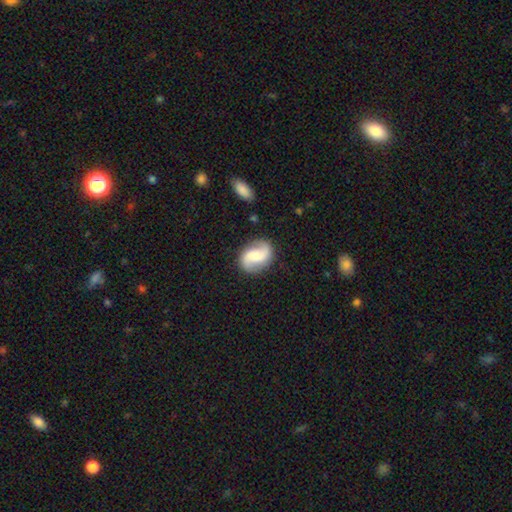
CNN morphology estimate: Smooth or featured? Predicted: featured or disk (p=0.76). Edge-on disk? Predicted: no (p=0.98). Bar? Predicted: no (p=0.48). Spiral arms? Predicted: yes (p=0.96). Spiral winding? Predicted: loose (p=0.53). Spiral arm count? Predicted: 2 (p=0.93). Bulge size? Predicted: moderate (p=0.41). Merging? Predicted: none (p=0.82).